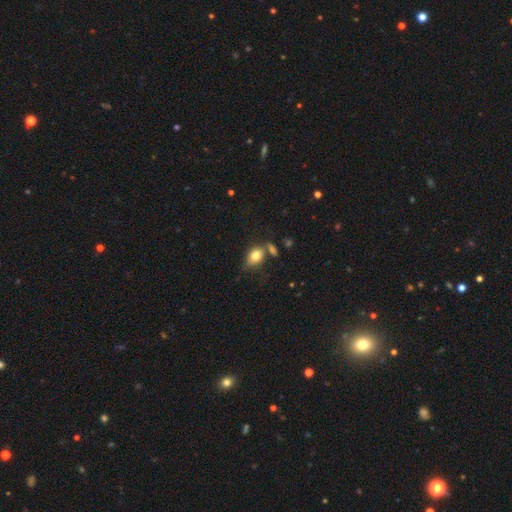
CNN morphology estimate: Smooth or featured?
  - smooth: 78% *
  - featured or disk: 13%
  - star or artifact: 9%
How rounded?
  - in between: 75% *
  - round: 23%
  - cigar-shaped: 2%
Merging?
  - none: 55% *
  - minor disturbance: 21%
  - merger: 17%
  - major disturbance: 7%